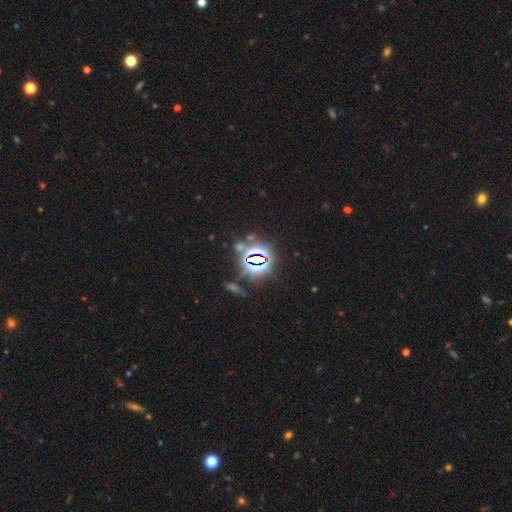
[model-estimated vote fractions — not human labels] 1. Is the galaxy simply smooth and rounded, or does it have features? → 82% star or artifact, 10% smooth, 8% featured or disk.